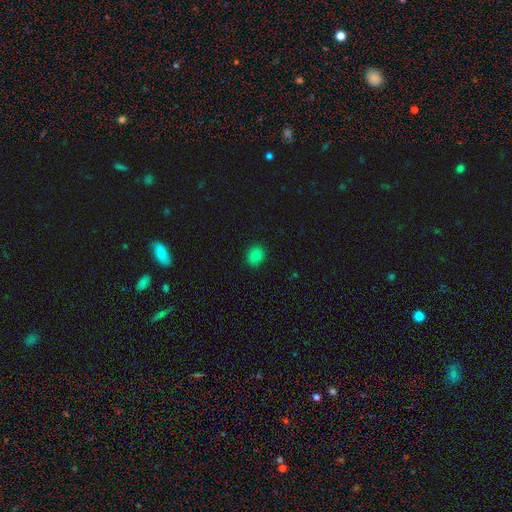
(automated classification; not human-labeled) Smooth or featured?
  - smooth: 82% *
  - star or artifact: 12%
  - featured or disk: 6%
How rounded?
  - round: 70% *
  - in between: 29%
  - cigar-shaped: 1%
Merging?
  - none: 87% *
  - minor disturbance: 10%
  - major disturbance: 2%
  - merger: 1%